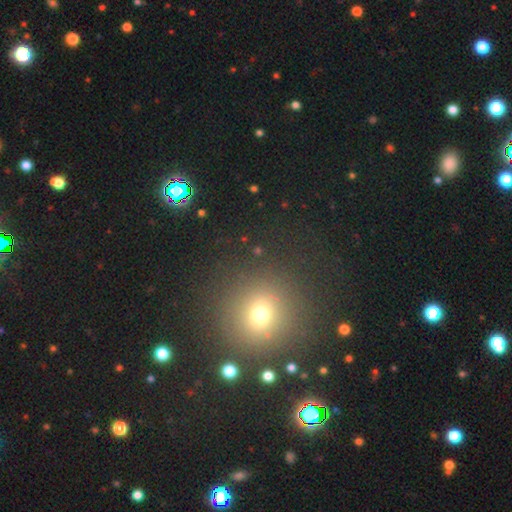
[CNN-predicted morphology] A smooth galaxy with no disk features (56%) that is round (90%). Merging: none (88%).